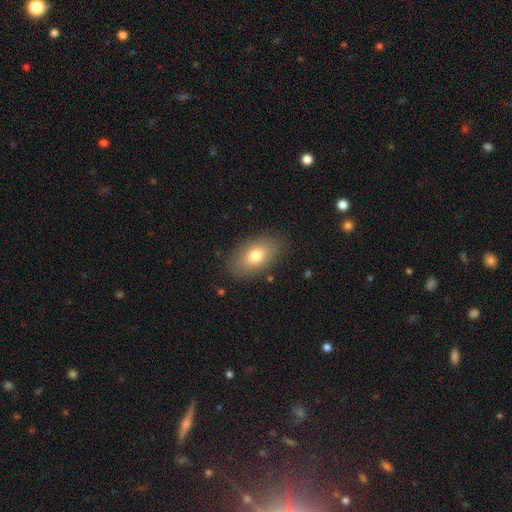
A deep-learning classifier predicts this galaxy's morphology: Smooth or featured?
  - smooth: 75% *
  - featured or disk: 16%
  - star or artifact: 8%
How rounded?
  - in between: 91% *
  - round: 7%
  - cigar-shaped: 2%
Merging?
  - none: 83% *
  - minor disturbance: 12%
  - major disturbance: 4%
  - merger: 1%